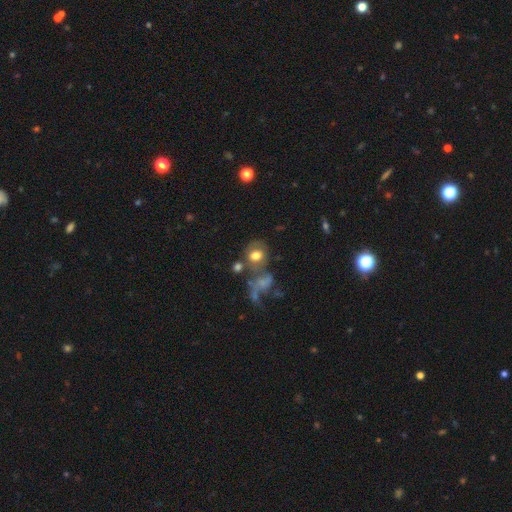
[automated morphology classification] smooth_or_featured: smooth (p=0.64) [alt: featured or disk p=0.24]
how_rounded: round (p=0.55) [alt: in between p=0.43]
merging: none (p=0.34) [alt: merger p=0.31]